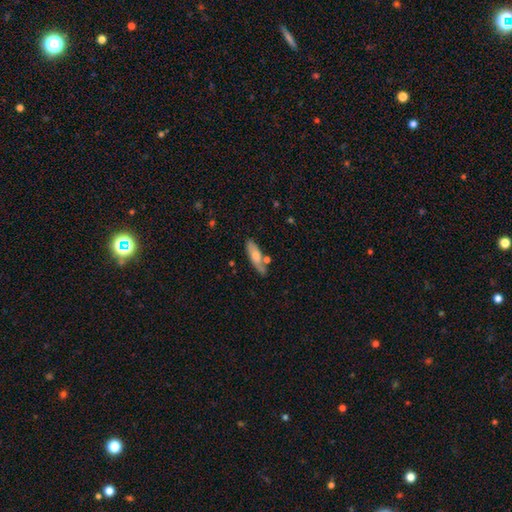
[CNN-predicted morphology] A smooth galaxy with no disk features (69%) that is in between round and cigar-shaped (53%).

Vote fractions:
- Smooth or featured? smooth: 69% / featured or disk: 25% / star or artifact: 6%
- How rounded? in between: 53% / cigar-shaped: 45% / round: 2%
- Merging? none: 64% / minor disturbance: 19% / merger: 12% / major disturbance: 5%